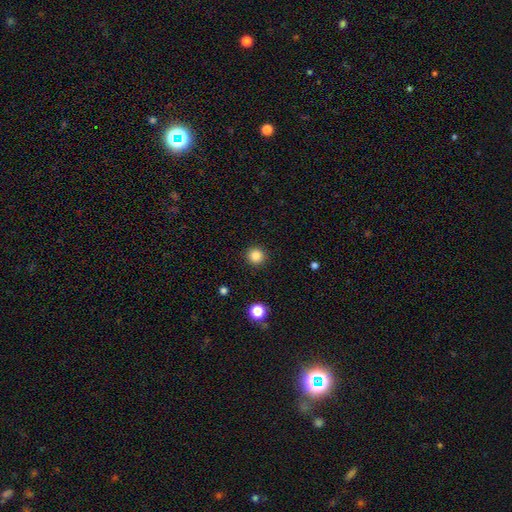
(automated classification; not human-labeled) smooth_or_featured: smooth (p=0.85) [alt: star or artifact p=0.11]
how_rounded: round (p=0.95) [alt: in between p=0.04]
merging: none (p=0.92) [alt: minor disturbance p=0.05]